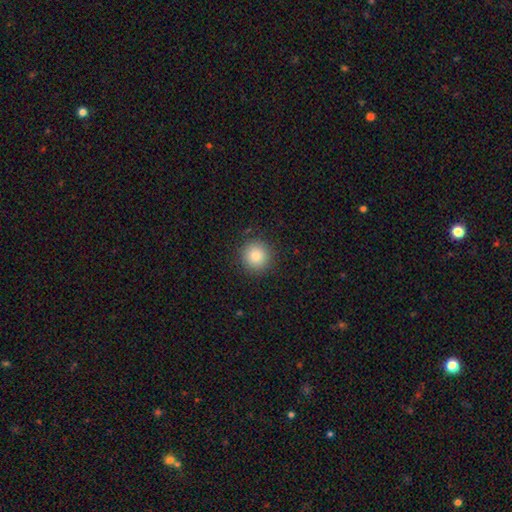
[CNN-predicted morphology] Smooth or featured?
  - smooth: 83% *
  - star or artifact: 11%
  - featured or disk: 6%
How rounded?
  - round: 95% *
  - in between: 4%
  - cigar-shaped: 1%
Merging?
  - none: 90% *
  - minor disturbance: 7%
  - major disturbance: 2%
  - merger: 1%